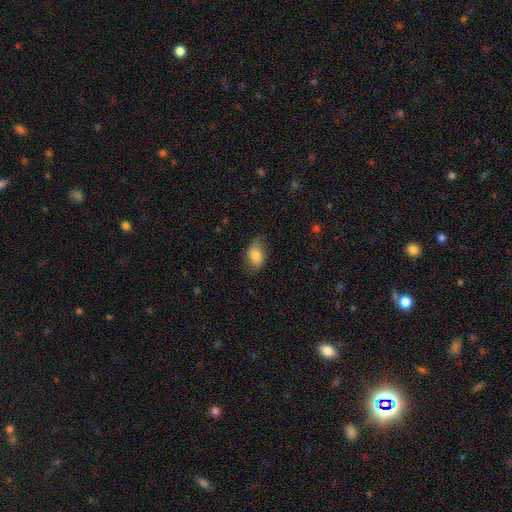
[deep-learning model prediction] Smooth or featured?
  - smooth: 78% *
  - featured or disk: 14%
  - star or artifact: 7%
How rounded?
  - in between: 85% *
  - round: 13%
  - cigar-shaped: 2%
Merging?
  - none: 67% *
  - minor disturbance: 25%
  - major disturbance: 6%
  - merger: 1%